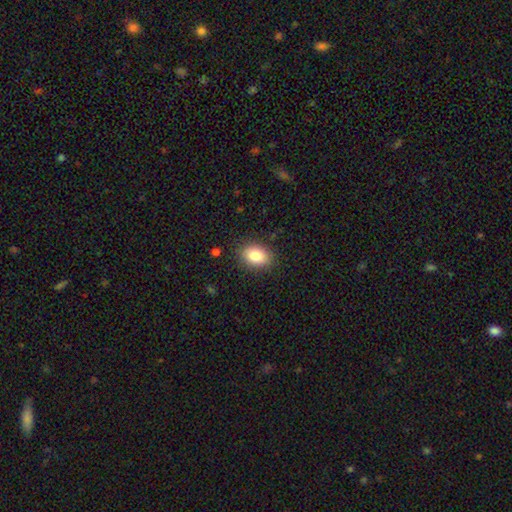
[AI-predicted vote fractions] smooth 84%, star or artifact 9%, featured or disk 8%. Down the decision tree: how rounded — in between (73%); merging — none (87%).